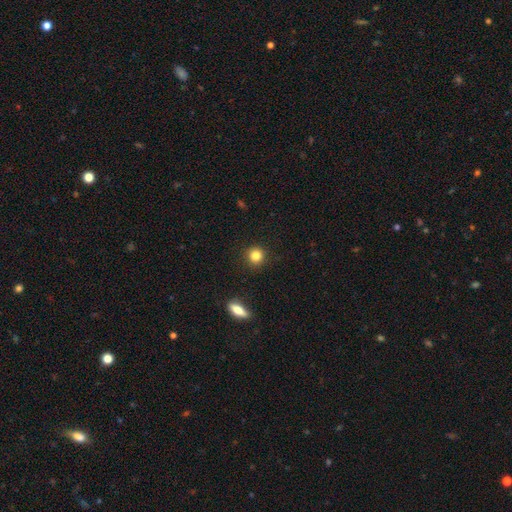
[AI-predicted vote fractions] This appears to be a smooth galaxy with no disk features (84%) that is round (92%). Merging: none (91%).